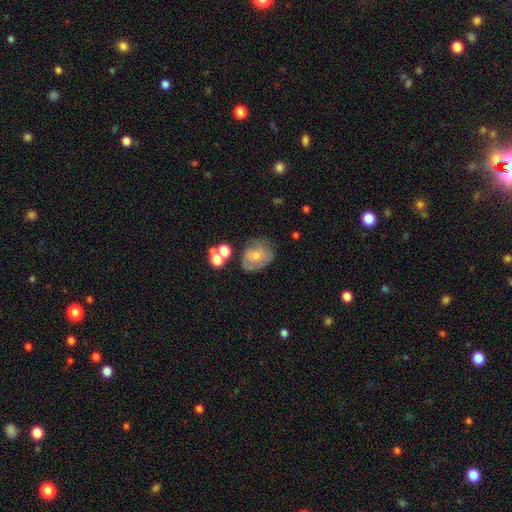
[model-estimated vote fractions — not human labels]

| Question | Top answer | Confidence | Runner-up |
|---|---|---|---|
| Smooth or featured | smooth | 53% | featured or disk (37%) |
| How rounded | in between | 56% | round (42%) |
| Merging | none | 43% | minor disturbance (28%) |